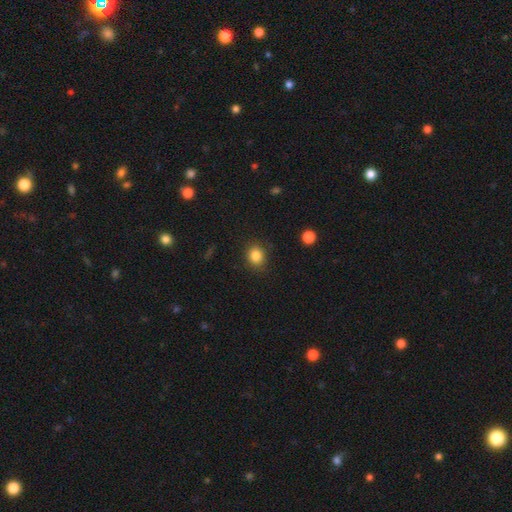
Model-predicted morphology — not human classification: This is clearly a smooth galaxy (84%). How rounded: likely round (72%). Merging: clearly none (86%).